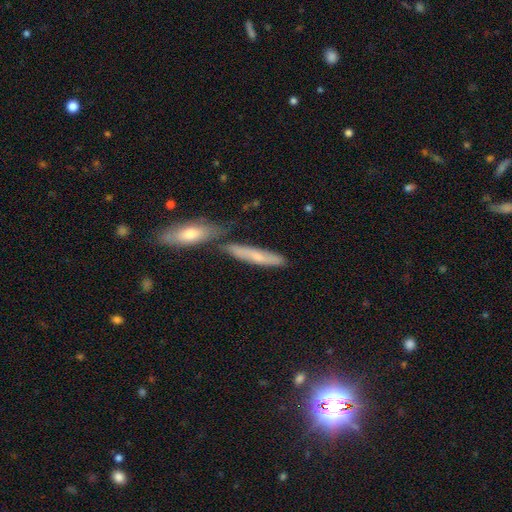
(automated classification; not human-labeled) The model was most divided on "smooth or featured": smooth: 59%, featured or disk: 34%, star or artifact: 8%. More confident: how rounded — cigar-shaped (82%); merging — none (62%).